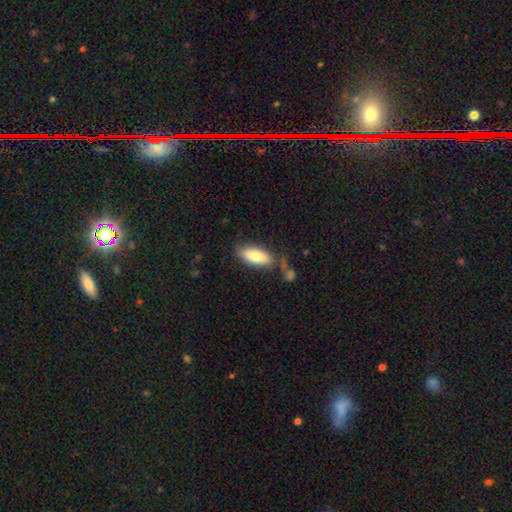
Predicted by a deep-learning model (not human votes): smooth_or_featured: smooth (p=0.80) [alt: featured or disk p=0.14]
how_rounded: in between (p=0.81) [alt: cigar-shaped p=0.17]
merging: none (p=0.72) [alt: minor disturbance p=0.16]